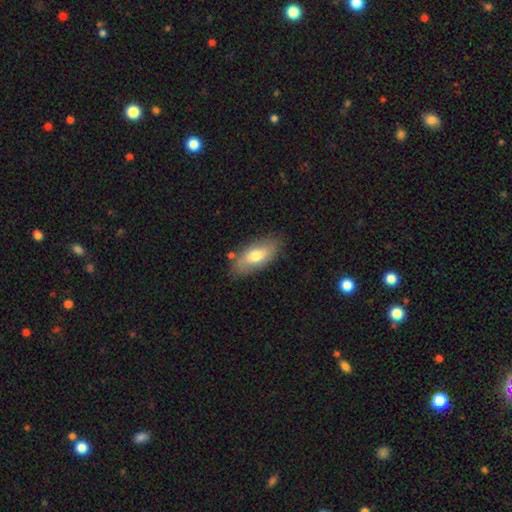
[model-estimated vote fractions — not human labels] smooth_or_featured: smooth (p=0.68) [alt: featured or disk p=0.25]
how_rounded: in between (p=0.88) [alt: cigar-shaped p=0.08]
merging: none (p=0.77) [alt: minor disturbance p=0.16]